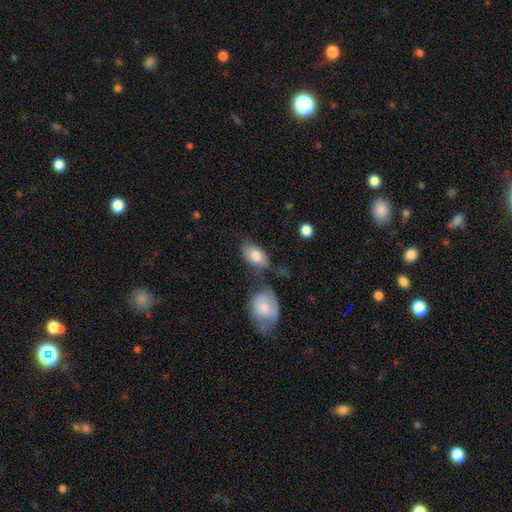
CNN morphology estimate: Smooth or featured: smooth — 81% (featured or disk — 13%)
How rounded: in between — 89% (round — 9%)
Merging: none — 51% (minor disturbance — 20%)